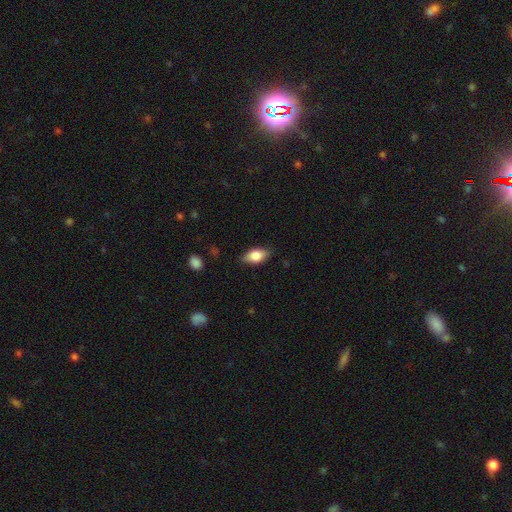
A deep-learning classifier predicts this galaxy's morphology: This appears to be a smooth galaxy with no disk features (76%) that is in between round and cigar-shaped (88%). Merging: none (82%).